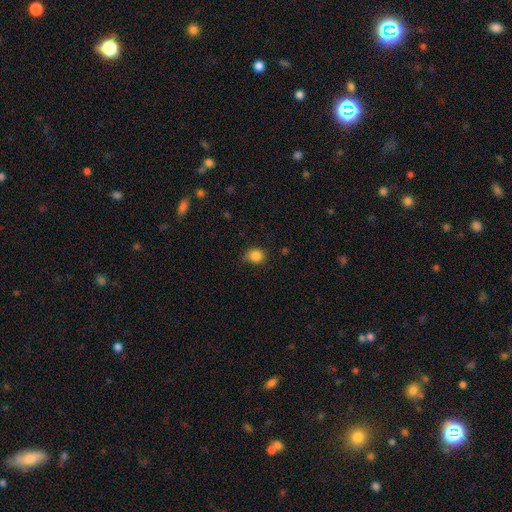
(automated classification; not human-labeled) Smooth or featured: smooth — 85% (star or artifact — 11%)
How rounded: round — 76% (in between — 23%)
Merging: none — 69% (minor disturbance — 25%)